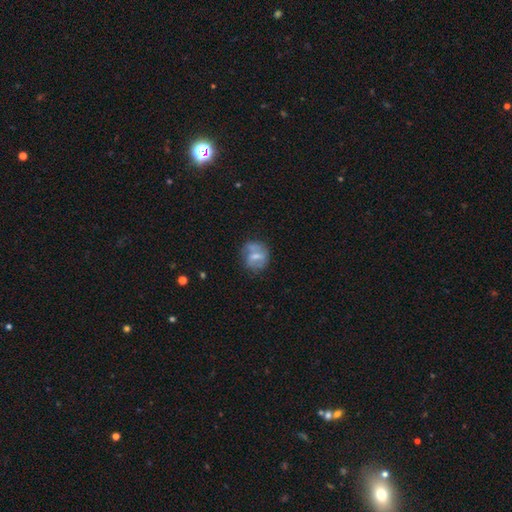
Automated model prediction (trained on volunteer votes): smooth 49%, featured or disk 42%, star or artifact 9%. Down the decision tree: merging — none (57%).